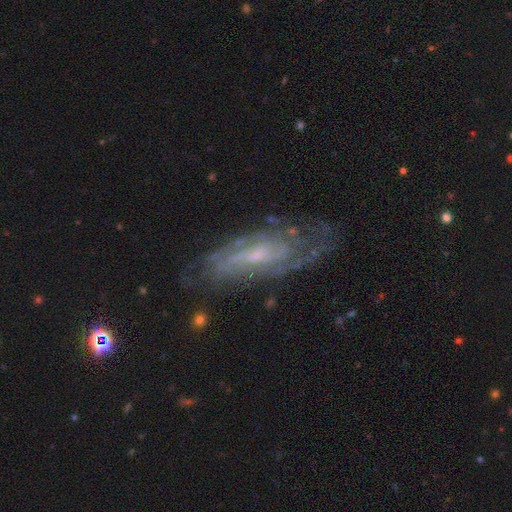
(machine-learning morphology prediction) Smooth or featured? Predicted: featured or disk (p=0.81). Edge-on disk? Predicted: no (p=0.87). Bar? Predicted: no (p=0.47). Spiral arms? Predicted: yes (p=0.90). Spiral winding? Predicted: tight (p=0.55). Spiral arm count? Predicted: can't tell (p=0.48). Bulge size? Predicted: small (p=0.61). Merging? Predicted: none (p=0.66).